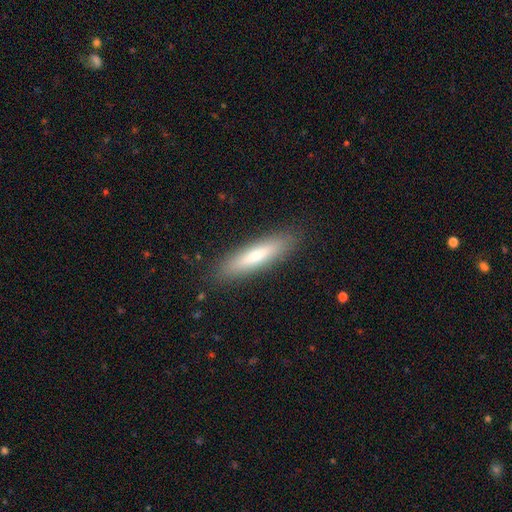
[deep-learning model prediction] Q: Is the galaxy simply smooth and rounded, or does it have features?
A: smooth — 68%.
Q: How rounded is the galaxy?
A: cigar-shaped — 77%.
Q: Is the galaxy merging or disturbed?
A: none — 88%.